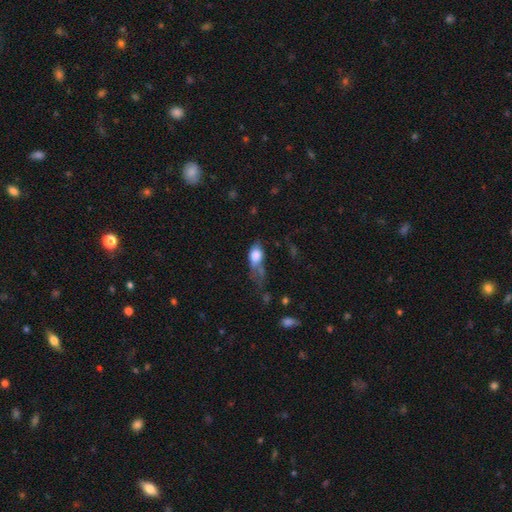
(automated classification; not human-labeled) Smooth or featured: smooth — 74% (featured or disk — 17%)
How rounded: in between — 78% (round — 14%)
Merging: major disturbance — 44% (minor disturbance — 26%)